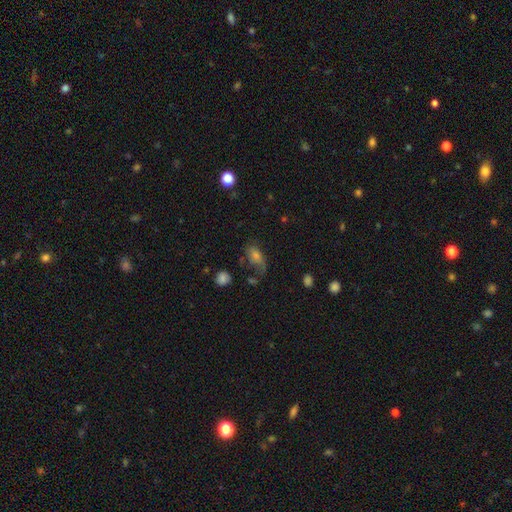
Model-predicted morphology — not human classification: Smooth or featured: smooth — 50% (featured or disk — 32%)
Merging: none — 42% (minor disturbance — 26%)